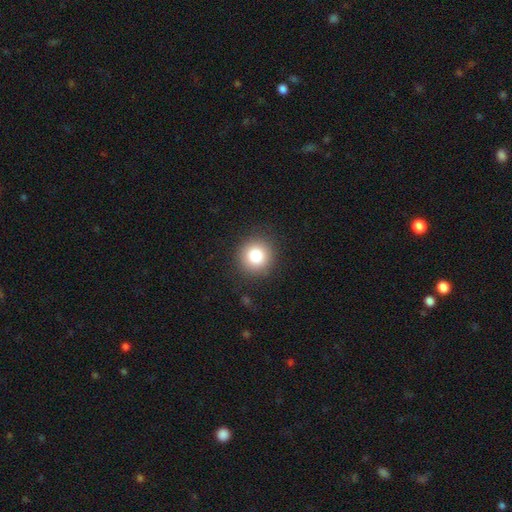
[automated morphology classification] The model was most divided on "smooth or featured": smooth: 84%, star or artifact: 10%, featured or disk: 6%. More confident: how rounded — round (94%); merging — none (89%).